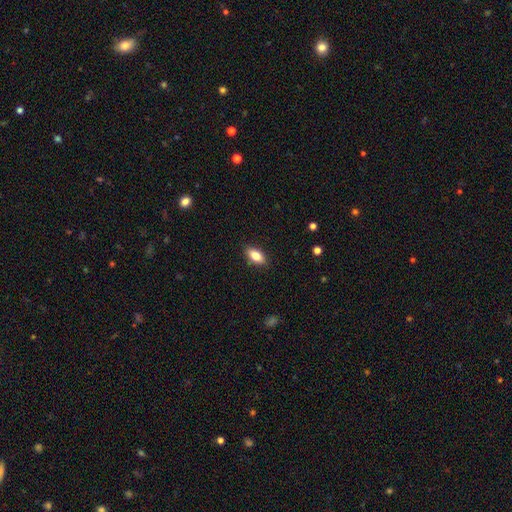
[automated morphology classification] Q: Smooth or featured?
A: smooth (82%); runner-up: featured or disk (11%)
Q: How rounded?
A: in between (87%); runner-up: cigar-shaped (8%)
Q: Merging?
A: none (88%); runner-up: minor disturbance (9%)